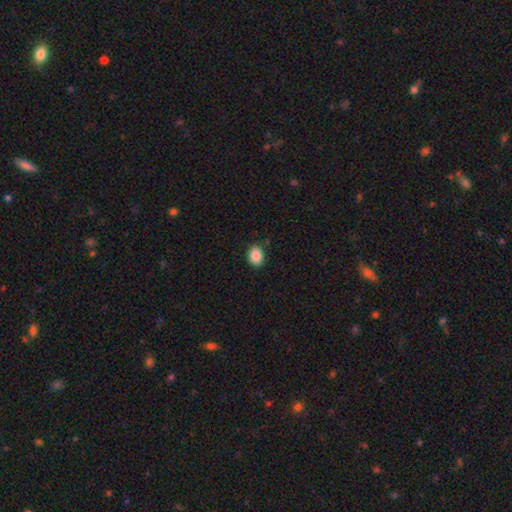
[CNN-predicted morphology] type=smooth (88%); roundness=in between (62%); merging=none (87%).